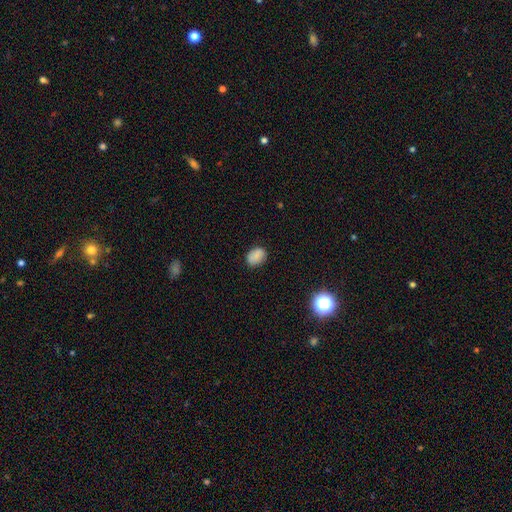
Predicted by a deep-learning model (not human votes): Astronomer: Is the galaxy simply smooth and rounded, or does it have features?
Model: smooth — 83%.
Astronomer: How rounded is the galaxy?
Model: in between — 70%.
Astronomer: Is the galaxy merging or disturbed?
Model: none — 82%.